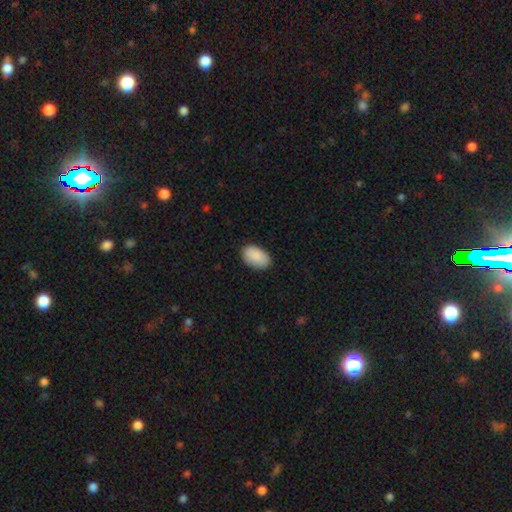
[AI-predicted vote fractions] smooth 90%, star or artifact 6%, featured or disk 4%. Down the decision tree: how rounded — in between (93%); merging — none (85%).